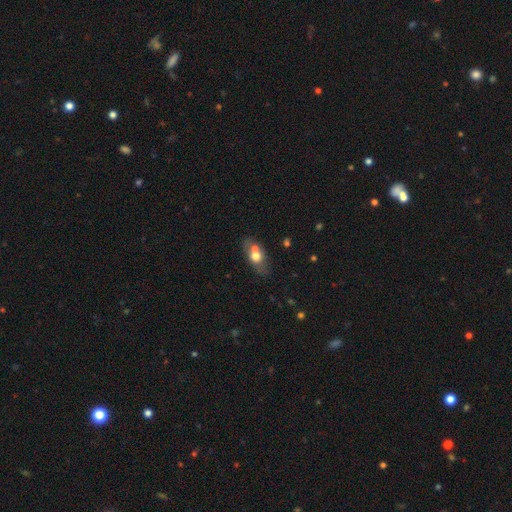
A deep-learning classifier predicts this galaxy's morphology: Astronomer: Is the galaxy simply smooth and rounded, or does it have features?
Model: smooth — 64%.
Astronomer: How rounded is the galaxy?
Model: in between — 75%.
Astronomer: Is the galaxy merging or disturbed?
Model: none — 51% (runner-up: merger, 28%).